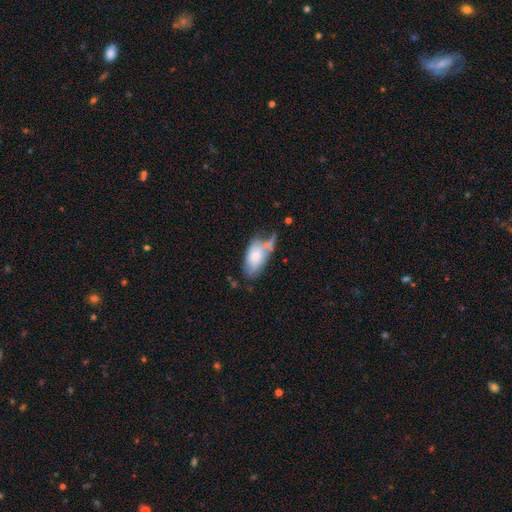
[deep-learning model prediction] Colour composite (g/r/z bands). It shows a smooth galaxy with no disk features (68%) that is in between round and cigar-shaped (92%). Merging: minor disturbance (32%, tied with none).